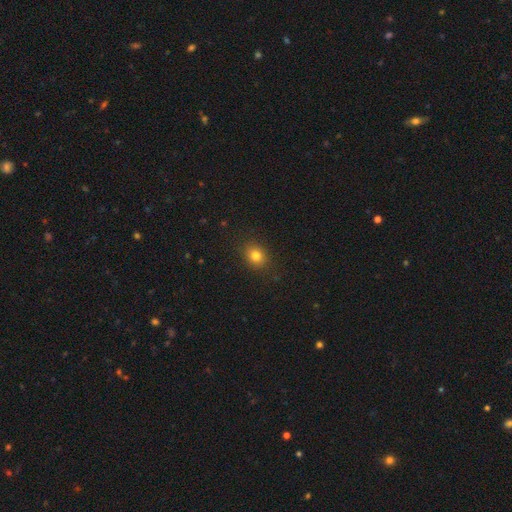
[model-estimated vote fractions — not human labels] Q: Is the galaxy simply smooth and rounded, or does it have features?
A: smooth — 80%.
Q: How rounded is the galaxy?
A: round — 63%.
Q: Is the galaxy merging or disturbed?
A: none — 88%.